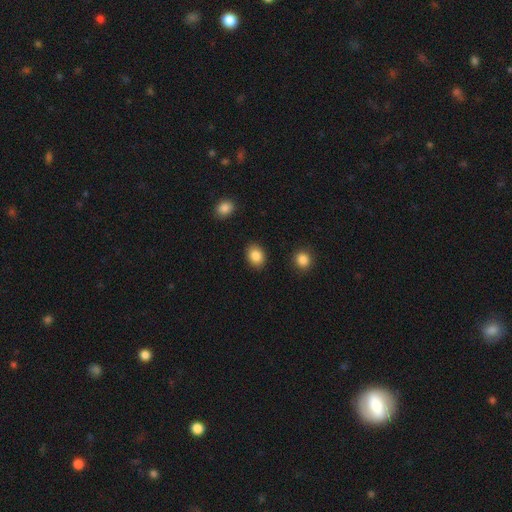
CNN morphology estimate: smooth-or-featured: smooth: 87% | star or artifact: 8% | featured or disk: 5%
  how-rounded: in between: 64% | round: 35% | cigar-shaped: 1%
  merging: none: 88% | minor disturbance: 8% | major disturbance: 2% | merger: 2%